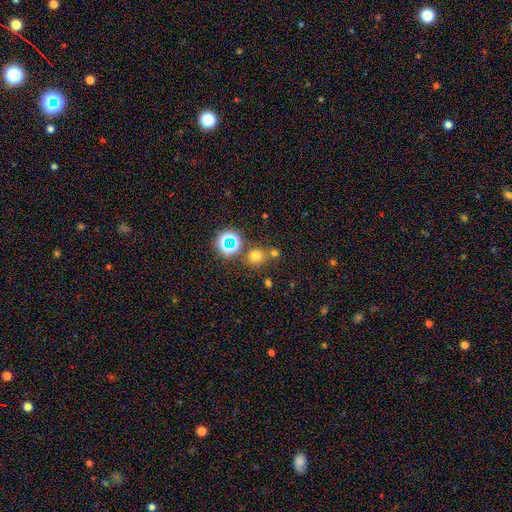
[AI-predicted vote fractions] Morphology: type=smooth (65%); roundness=round (87%); merging=none (70%).